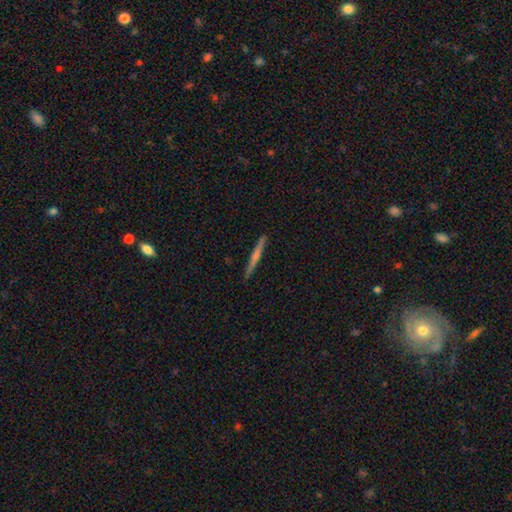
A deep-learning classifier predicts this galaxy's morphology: featured or disk 59%, smooth 35%, star or artifact 6%. Down the decision tree: edge-on disk — yes (98%); edge-on bulge — rounded (51%); merging — none (91%).